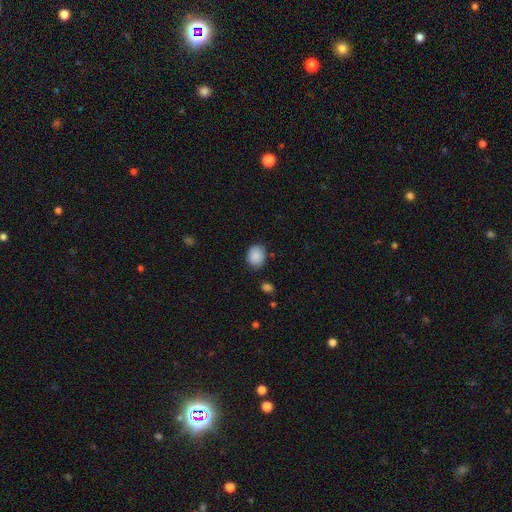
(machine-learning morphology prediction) This is clearly a smooth galaxy (88%). How rounded: possibly round (54%). Merging: likely none (78%).